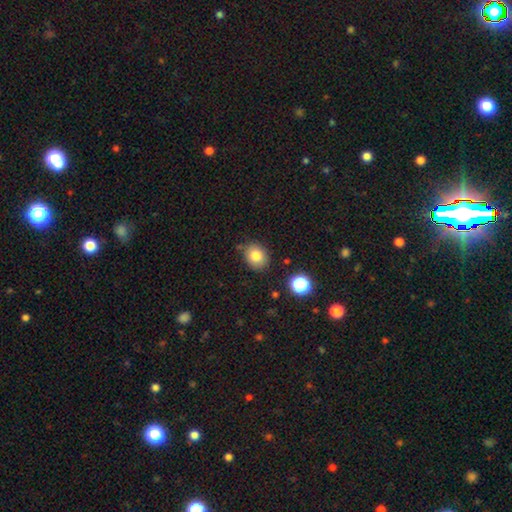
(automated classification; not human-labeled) Smooth or featured? smooth (81%)
How rounded? round (59%)
Merging? none (80%)